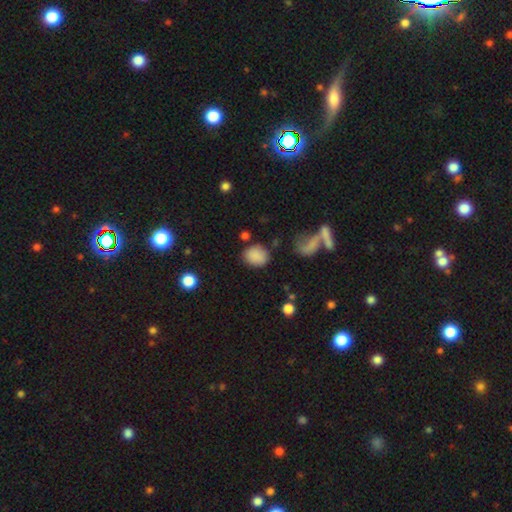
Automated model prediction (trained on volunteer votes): Smooth or featured? smooth (84%)
How rounded? round (54%)
Merging? none (70%)